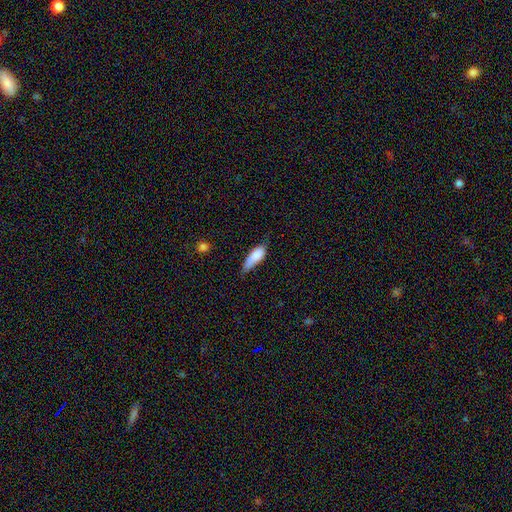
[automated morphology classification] This appears to be a smooth galaxy with no disk features (83%) that is in between round and cigar-shaped (65%). Merging: minor disturbance (45%).